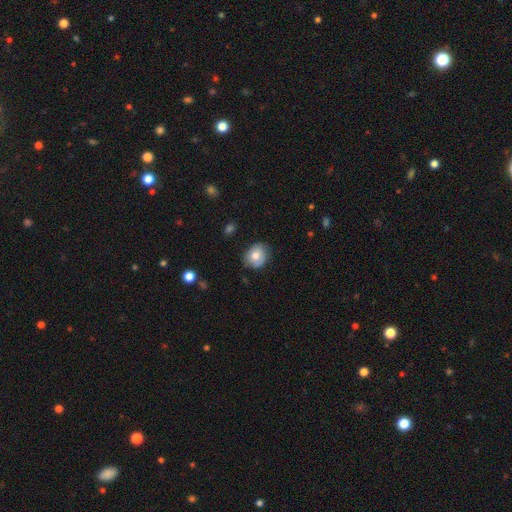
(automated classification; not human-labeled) Smooth or featured: smooth — 70% (featured or disk — 22%)
How rounded: round — 69% (in between — 31%)
Merging: none — 72% (minor disturbance — 22%)